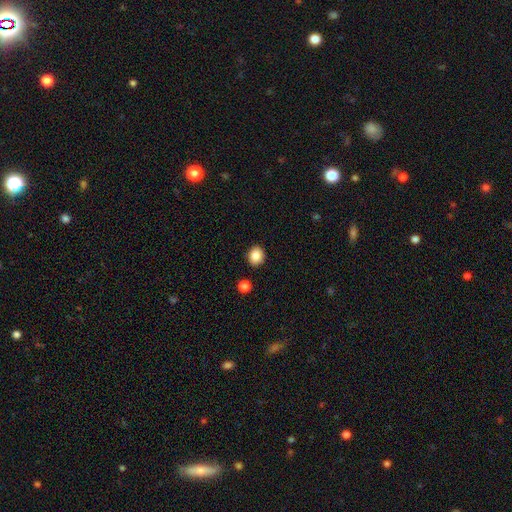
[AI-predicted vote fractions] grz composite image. It shows a smooth galaxy with no disk features (87%) that is round (67%). Merging: none (88%).